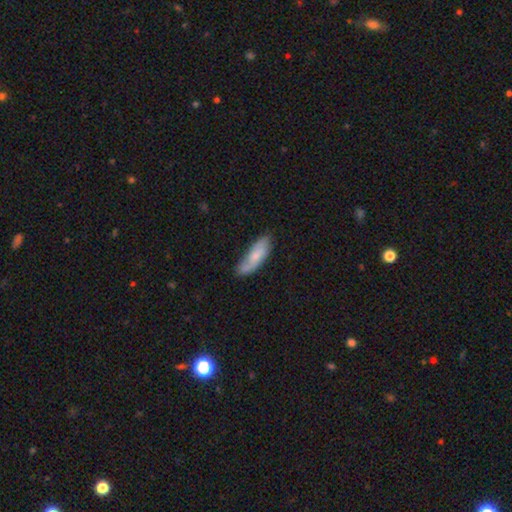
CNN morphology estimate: type=smooth (67%); roundness=in between (55%); merging=none (64%).